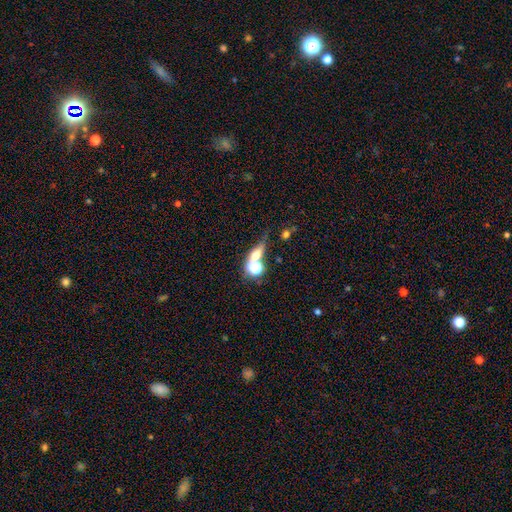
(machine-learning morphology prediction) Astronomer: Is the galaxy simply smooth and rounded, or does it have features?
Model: smooth — 52%.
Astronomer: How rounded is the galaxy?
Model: round — 38% (runner-up: in between, 37%).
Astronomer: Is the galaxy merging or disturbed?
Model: none — 44% (runner-up: merger, 33%).